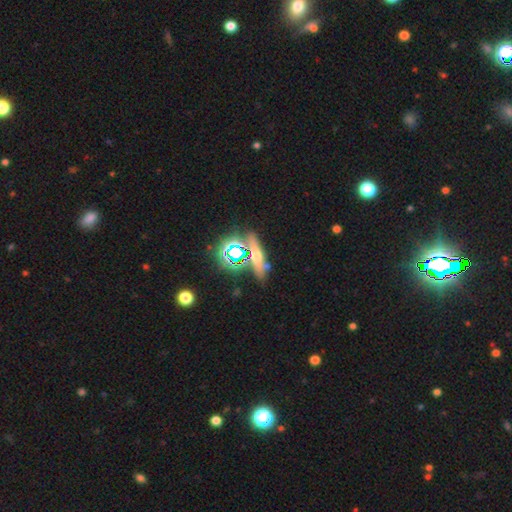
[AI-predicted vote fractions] Overall: smooth (39%; star or artifact 33%). Merging: none (74%).